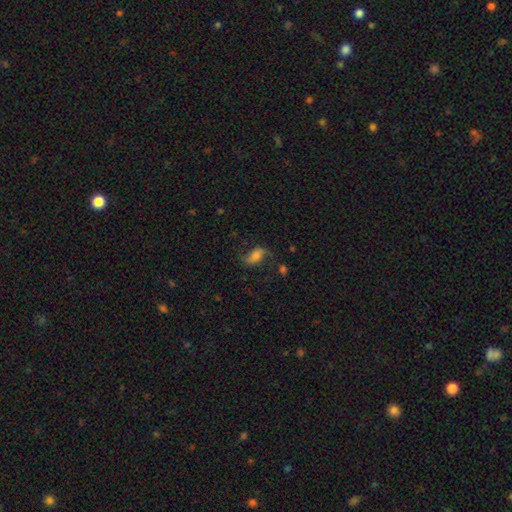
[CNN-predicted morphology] Q: Smooth or featured?
A: featured or disk (49%); runner-up: smooth (40%)
Q: Merging?
A: none (62%); runner-up: minor disturbance (20%)